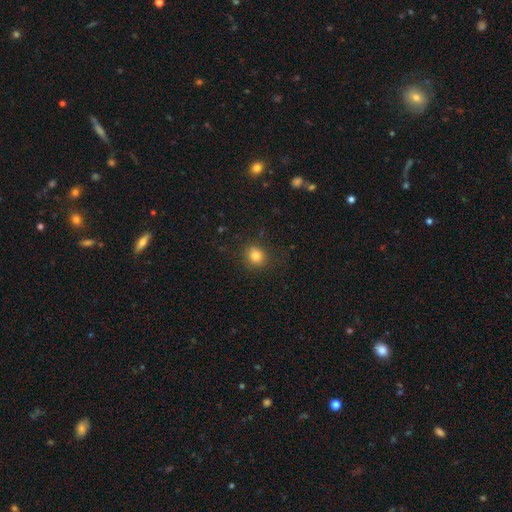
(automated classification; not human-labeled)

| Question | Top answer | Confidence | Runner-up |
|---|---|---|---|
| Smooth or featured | smooth | 81% | star or artifact (12%) |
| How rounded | round | 78% | in between (21%) |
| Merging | none | 87% | minor disturbance (9%) |